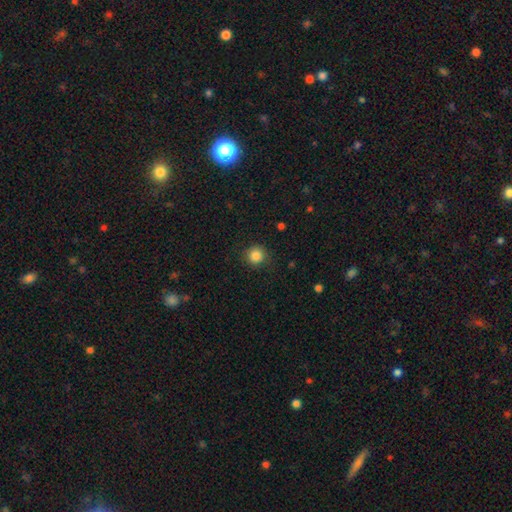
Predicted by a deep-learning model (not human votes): smooth_or_featured: smooth (p=0.85) [alt: star or artifact p=0.11]
how_rounded: round (p=0.93) [alt: in between p=0.06]
merging: none (p=0.87) [alt: minor disturbance p=0.09]